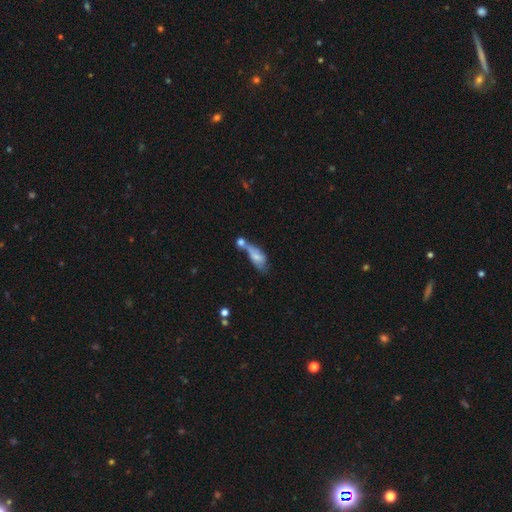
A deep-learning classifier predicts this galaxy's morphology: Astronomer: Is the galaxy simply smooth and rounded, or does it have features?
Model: smooth — 55% (runner-up: featured or disk, 36%).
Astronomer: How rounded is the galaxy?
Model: in between — 75%.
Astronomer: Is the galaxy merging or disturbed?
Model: merger — 52%.